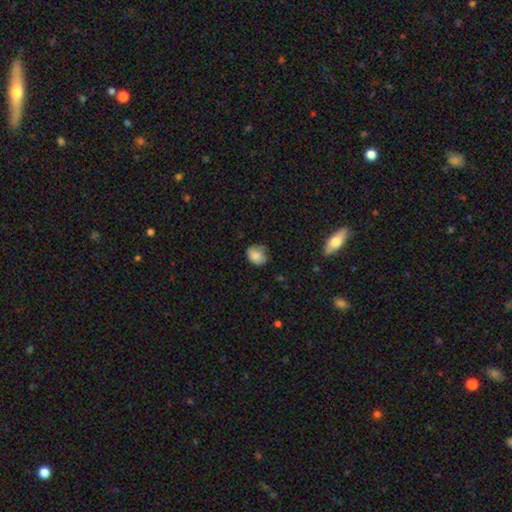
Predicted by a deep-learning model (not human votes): This is likely a smooth galaxy (79%). How rounded: possibly in between (57%). Merging: possibly none (58%).